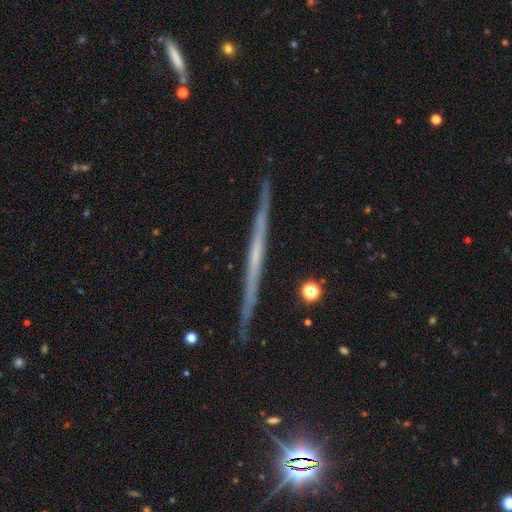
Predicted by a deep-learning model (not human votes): This is likely a featured or disk galaxy (72%). It is clearly viewed edge-on (98%). Edge-on bulge: clearly none (83%). Merging: clearly none (91%).